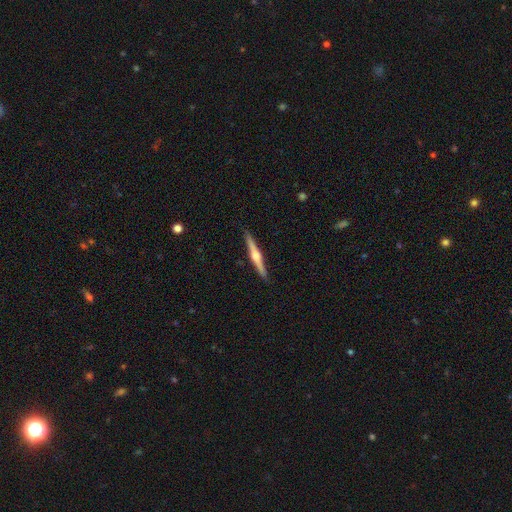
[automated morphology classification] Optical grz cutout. It shows a featured or disk galaxy (73%) viewed edge-on (98%) with a rounded central bulge (90%). Merging: none (91%).